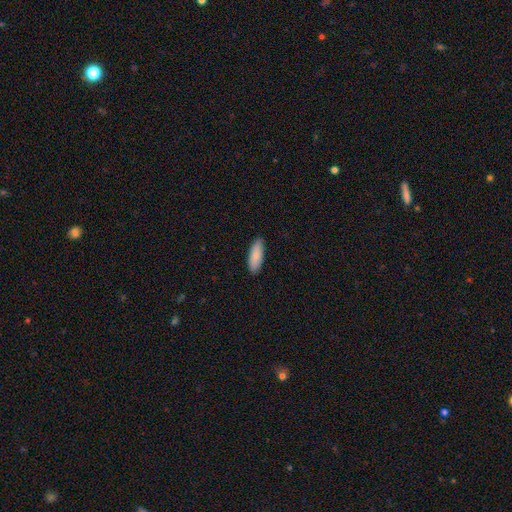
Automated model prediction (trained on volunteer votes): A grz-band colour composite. It shows a smooth galaxy with no disk features (87%) that is in between round and cigar-shaped (62%). Merging: none (89%).